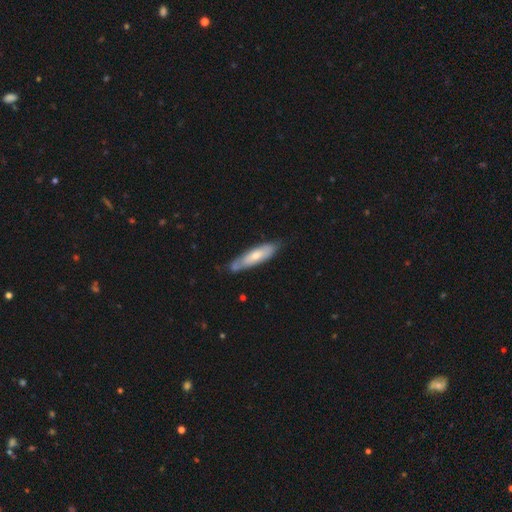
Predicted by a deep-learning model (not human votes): Smooth or featured? smooth (58%)
How rounded? cigar-shaped (69%)
Merging? none (70%)